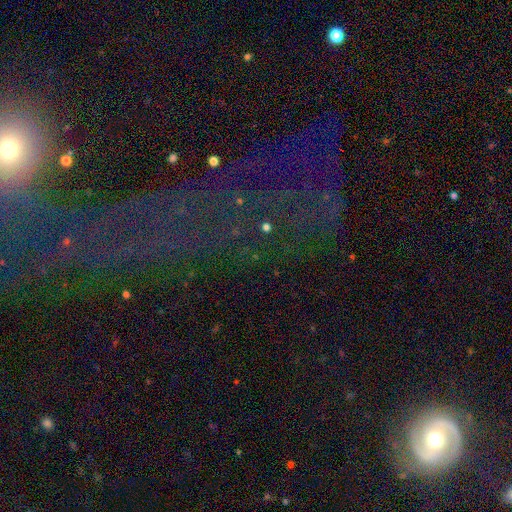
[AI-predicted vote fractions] This is likely a star or artifact rather than a galaxy (60%).